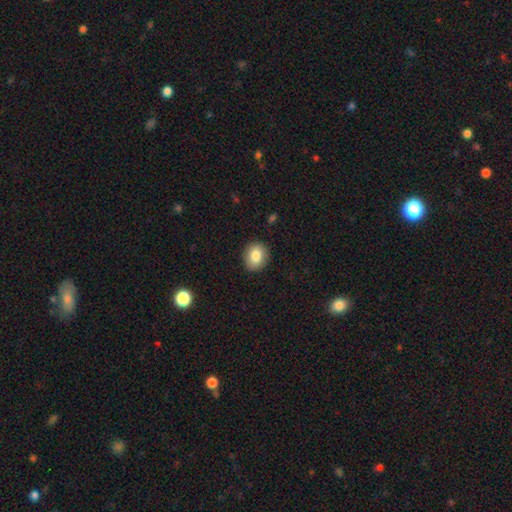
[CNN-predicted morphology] Smooth or featured? smooth (84%)
How rounded? round (63%)
Merging? none (89%)